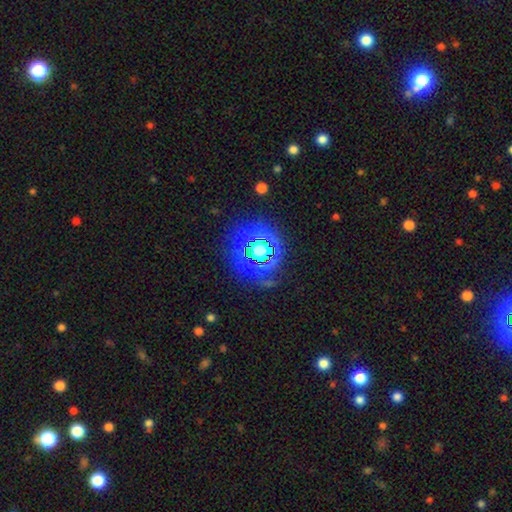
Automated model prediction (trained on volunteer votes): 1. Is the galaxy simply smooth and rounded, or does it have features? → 79% star or artifact, 12% smooth, 8% featured or disk.